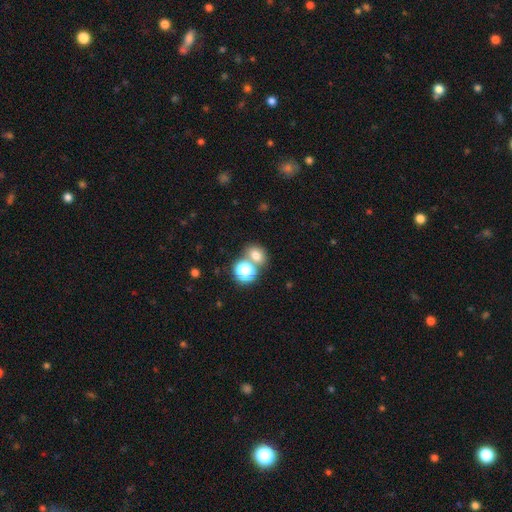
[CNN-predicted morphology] smooth_or_featured: smooth (p=0.71) [alt: star or artifact p=0.19]
how_rounded: round (p=0.55) [alt: in between p=0.43]
merging: none (p=0.59) [alt: merger p=0.28]